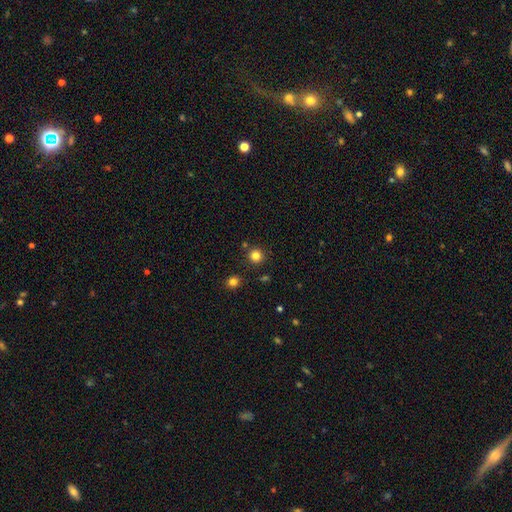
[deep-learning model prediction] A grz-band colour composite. It shows a smooth galaxy with no disk features (81%) that is round (94%). Merging: none (88%).